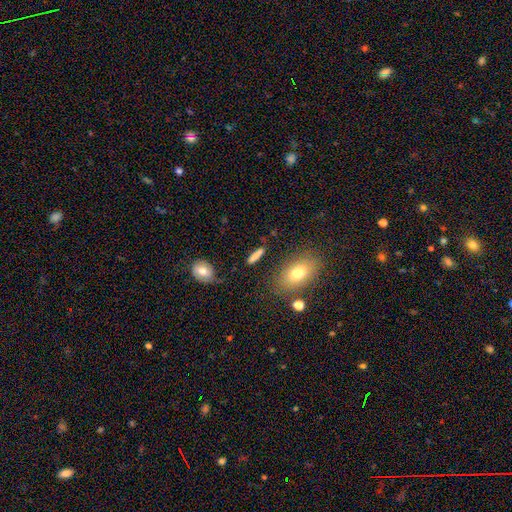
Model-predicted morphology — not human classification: Smooth or featured? Predicted: smooth (p=0.72). How rounded? Predicted: cigar-shaped (p=0.69). Merging? Predicted: none (p=0.77).